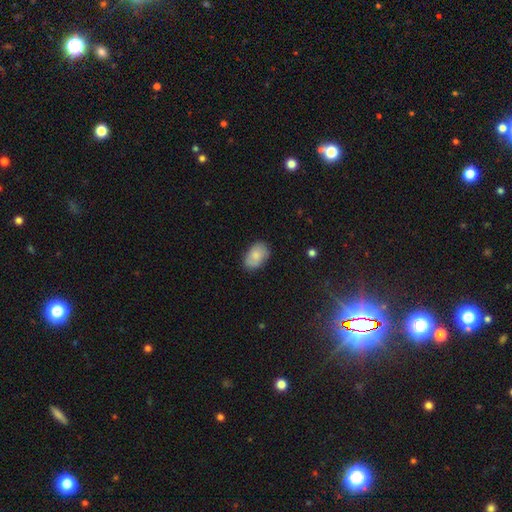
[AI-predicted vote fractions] Smooth or featured: smooth — 81% (featured or disk — 13%)
How rounded: in between — 89% (round — 10%)
Merging: none — 76% (minor disturbance — 19%)